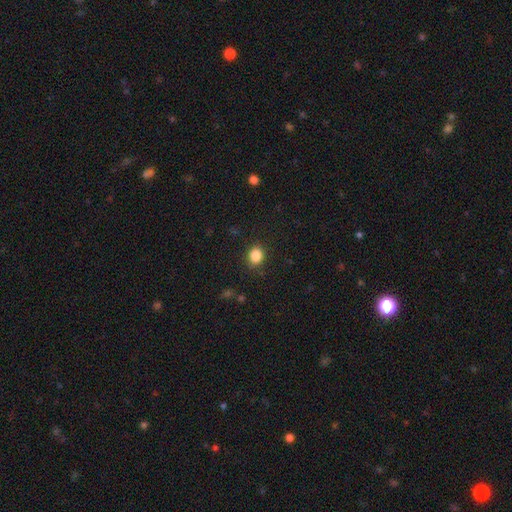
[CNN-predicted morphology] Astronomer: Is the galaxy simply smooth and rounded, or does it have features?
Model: smooth — 85%.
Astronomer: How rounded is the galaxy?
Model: round — 58% (runner-up: in between, 41%).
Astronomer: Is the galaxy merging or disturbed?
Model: none — 87%.